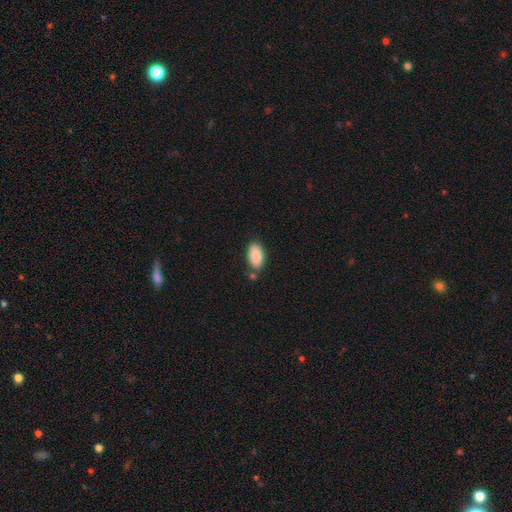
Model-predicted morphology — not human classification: Q: Smooth or featured?
A: smooth (88%); runner-up: star or artifact (6%)
Q: How rounded?
A: in between (94%); runner-up: round (3%)
Q: Merging?
A: none (74%); runner-up: minor disturbance (14%)